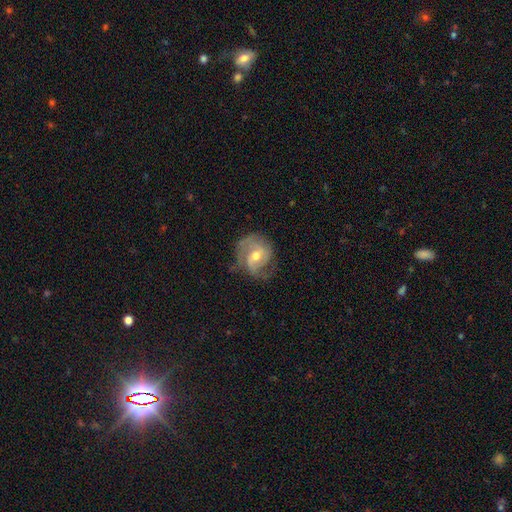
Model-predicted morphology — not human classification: Smooth or featured? Predicted: featured or disk (p=0.78). Edge-on disk? Predicted: no (p=0.97). Bar? Predicted: weak (p=0.44, tied with no). Spiral arms? Predicted: yes (p=0.90). Spiral winding? Predicted: medium (p=0.44). Spiral arm count? Predicted: 2 (p=0.61). Bulge size? Predicted: moderate (p=0.70). Merging? Predicted: none (p=0.57).